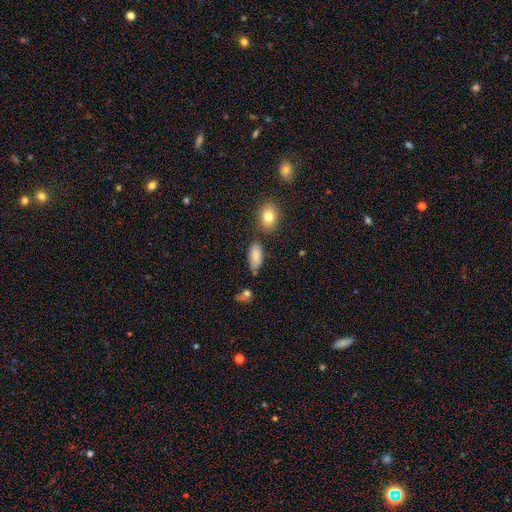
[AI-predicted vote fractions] This is likely a smooth galaxy (79%). How rounded: clearly in between (90%). Merging: likely none (65%).